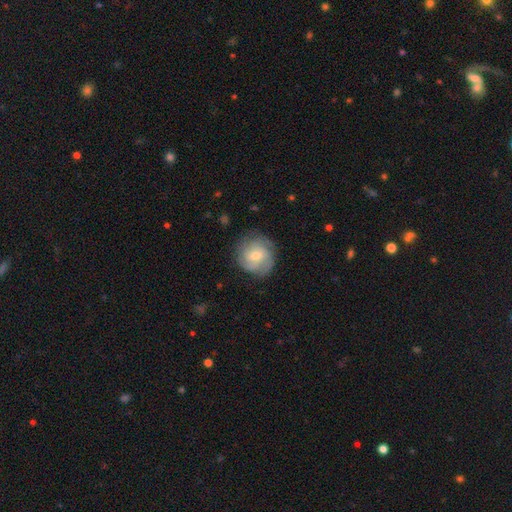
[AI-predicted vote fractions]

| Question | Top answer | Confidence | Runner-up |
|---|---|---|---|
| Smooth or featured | featured or disk | 61% | smooth (32%) |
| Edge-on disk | no | 98% | yes (2%) |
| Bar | weak | 48% | no (44%) |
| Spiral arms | yes | 89% | no (11%) |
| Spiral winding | tight | 52% | medium (37%) |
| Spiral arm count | can't tell | 31% | 3 (30%) |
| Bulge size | moderate | 52% | small (42%) |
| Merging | none | 76% | minor disturbance (17%) |